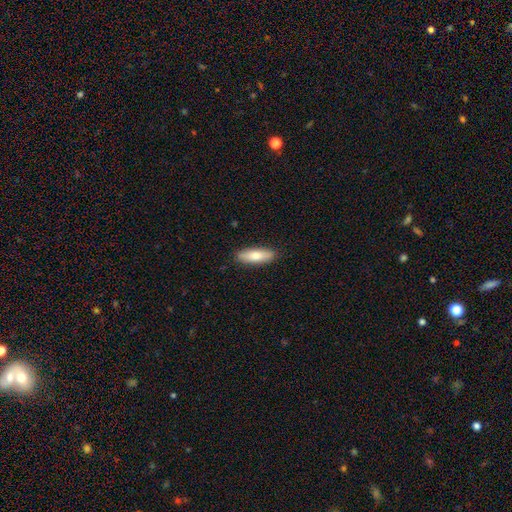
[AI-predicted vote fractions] A smooth galaxy with no disk features (75%) that is in between round and cigar-shaped (52%). Merging: none (89%).